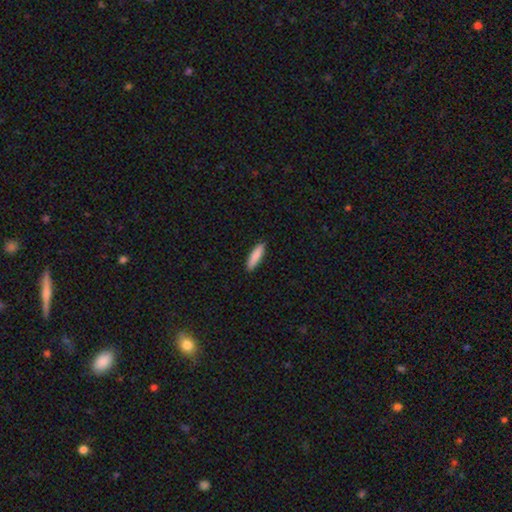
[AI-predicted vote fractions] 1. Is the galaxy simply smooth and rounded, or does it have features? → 88% smooth, 7% featured or disk, 6% star or artifact.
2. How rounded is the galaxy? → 73% cigar-shaped, 26% in between, 1% round.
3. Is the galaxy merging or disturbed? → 89% none, 8% minor disturbance, 2% major disturbance, 1% merger.